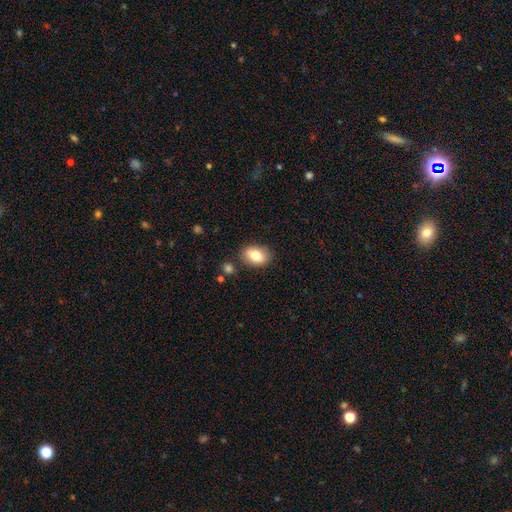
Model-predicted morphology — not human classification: Smooth or featured: smooth — 80% (featured or disk — 12%)
How rounded: in between — 81% (round — 17%)
Merging: none — 83% (minor disturbance — 11%)